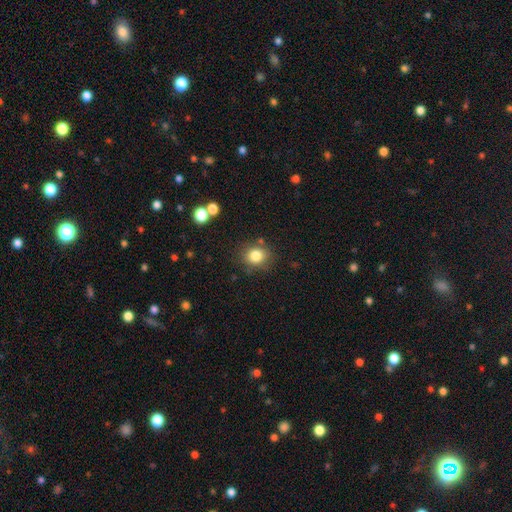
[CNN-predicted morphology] Smooth or featured? Predicted: smooth (p=0.81). How rounded? Predicted: round (p=0.70). Merging? Predicted: none (p=0.79).